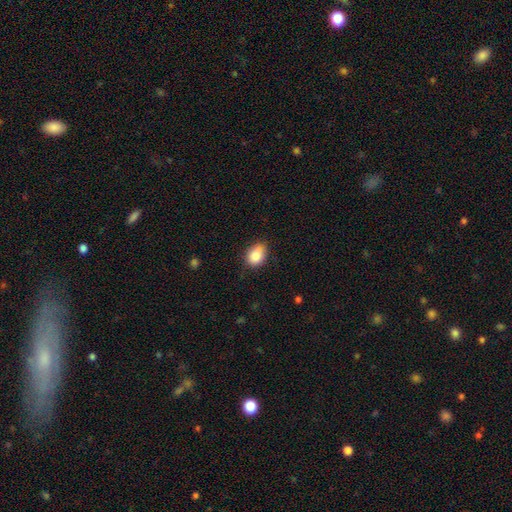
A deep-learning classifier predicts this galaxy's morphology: Overall: smooth (86%). How rounded: in between (70%). Merging: none (64%; minor disturbance 28%).